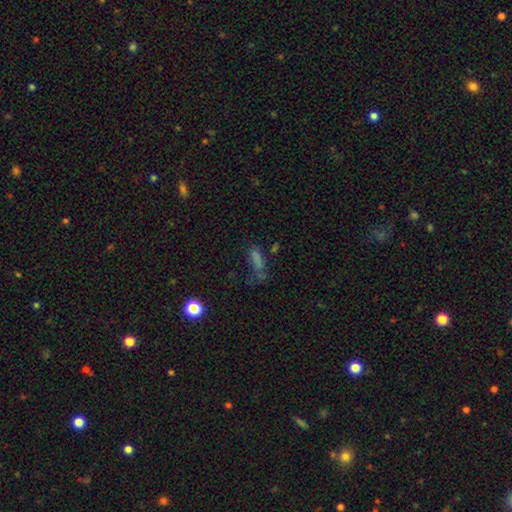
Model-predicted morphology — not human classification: Q: Smooth or featured?
A: smooth (59%); runner-up: star or artifact (27%)
Q: How rounded?
A: in between (57%); runner-up: cigar-shaped (35%)
Q: Merging?
A: none (45%); runner-up: major disturbance (23%)